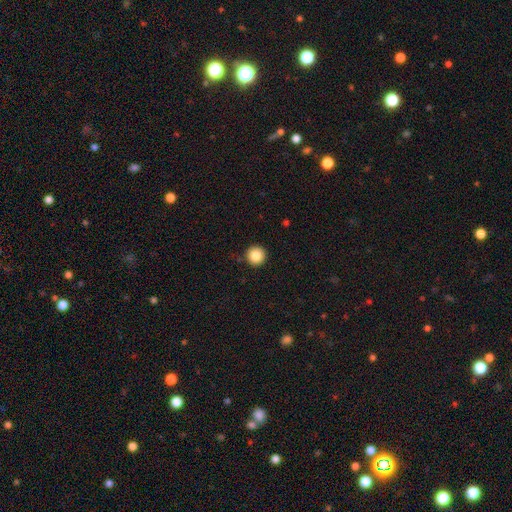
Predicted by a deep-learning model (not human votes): The model was most divided on "smooth or featured": smooth: 85%, star or artifact: 10%, featured or disk: 5%. More confident: how rounded — round (96%); merging — none (92%).